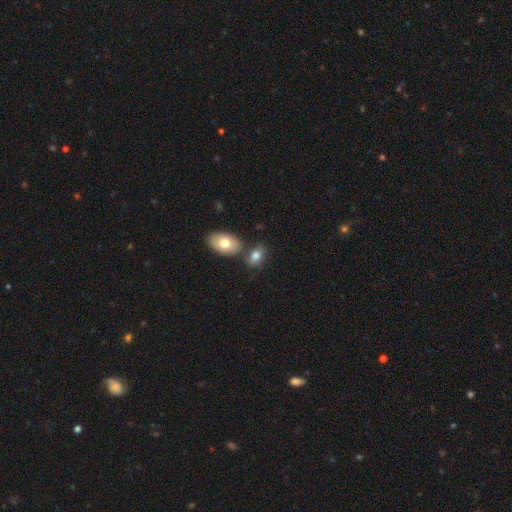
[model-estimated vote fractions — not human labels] The model was most divided on "merging": none: 62%, merger: 22%, minor disturbance: 12%, major disturbance: 4%. More confident: how rounded — in between (86%); smooth or featured — smooth (77%).